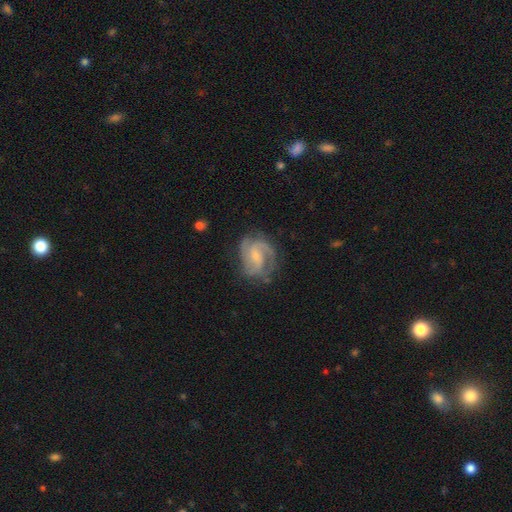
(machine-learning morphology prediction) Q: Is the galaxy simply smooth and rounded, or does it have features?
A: featured or disk — 85%.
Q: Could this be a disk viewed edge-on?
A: no — 98%.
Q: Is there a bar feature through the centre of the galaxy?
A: weak — 53%.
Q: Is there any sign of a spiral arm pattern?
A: yes — 96%.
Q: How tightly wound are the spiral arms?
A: medium — 49%.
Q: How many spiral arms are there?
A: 2 — 46%.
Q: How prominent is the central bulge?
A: small — 60%.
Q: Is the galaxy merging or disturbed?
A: none — 66%.